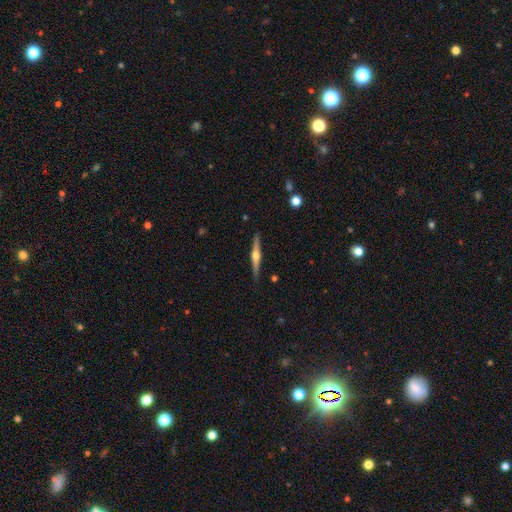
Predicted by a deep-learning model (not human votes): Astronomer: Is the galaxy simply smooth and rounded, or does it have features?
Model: featured or disk — 75%.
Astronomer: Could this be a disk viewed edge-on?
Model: yes — 98%.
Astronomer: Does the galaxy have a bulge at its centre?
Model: rounded — 94%.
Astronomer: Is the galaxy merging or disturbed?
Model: none — 90%.